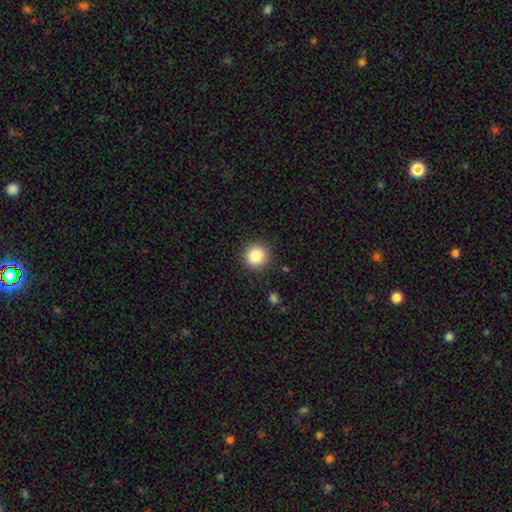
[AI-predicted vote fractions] This is clearly a smooth galaxy (87%). How rounded: clearly round (93%). Merging: clearly none (90%).